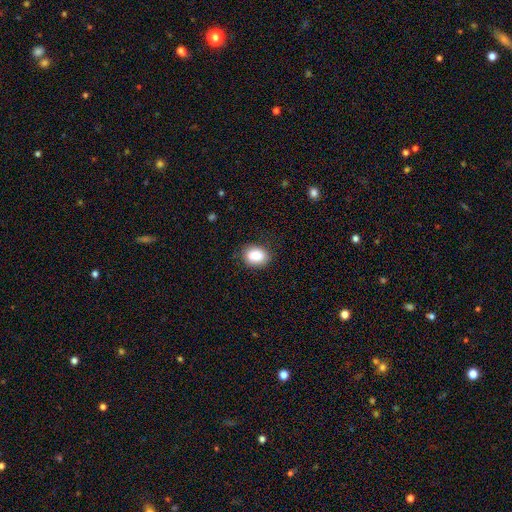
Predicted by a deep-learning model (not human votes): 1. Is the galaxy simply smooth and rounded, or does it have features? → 86% smooth, 8% star or artifact, 6% featured or disk.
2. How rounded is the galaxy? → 65% in between, 34% round, 1% cigar-shaped.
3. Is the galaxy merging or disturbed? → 81% none, 14% minor disturbance, 3% major disturbance, 2% merger.